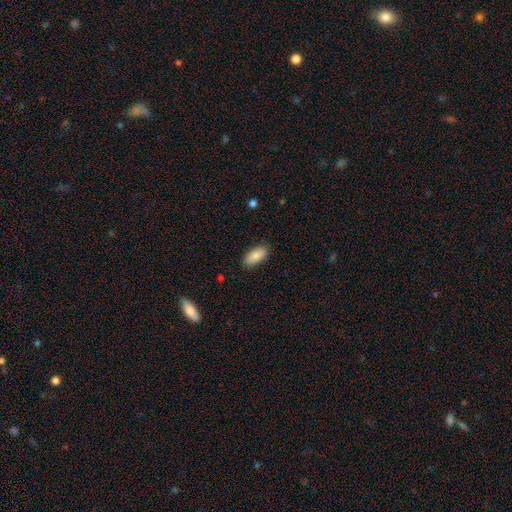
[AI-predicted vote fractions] Smooth or featured? Predicted: smooth (p=0.85). How rounded? Predicted: in between (p=0.90). Merging? Predicted: none (p=0.87).